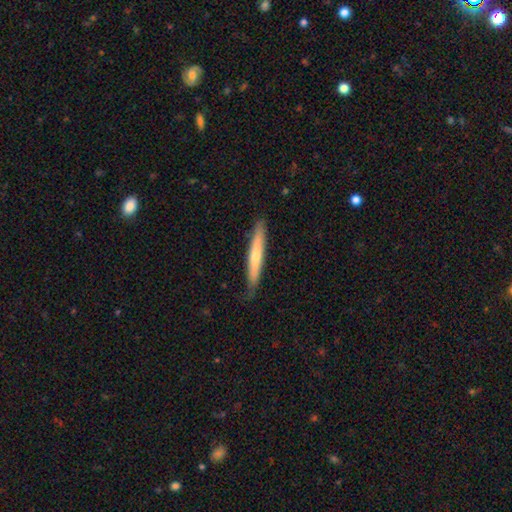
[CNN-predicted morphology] smooth-or-featured: smooth: 56% | featured or disk: 39% | star or artifact: 5%
  how-rounded: cigar-shaped: 95% | in between: 4% | round: 1%
  merging: none: 81% | minor disturbance: 16% | major disturbance: 2% | merger: 1%